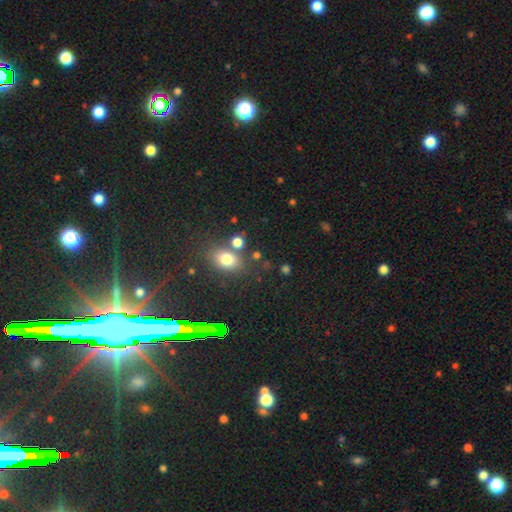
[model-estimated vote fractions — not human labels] Smooth or featured: smooth — 60% (star or artifact — 31%)
How rounded: in between — 55% (round — 42%)
Merging: none — 75% (minor disturbance — 11%)